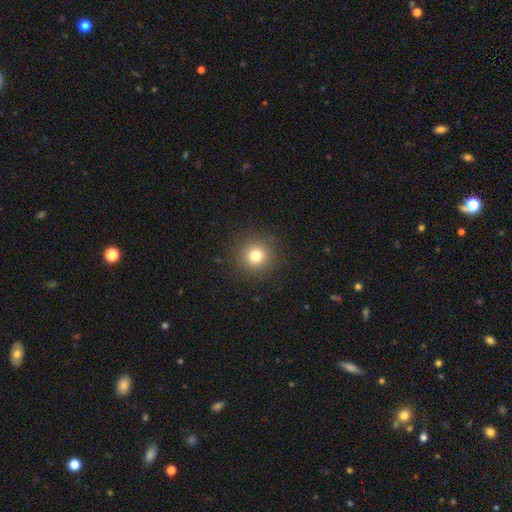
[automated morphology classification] smooth_or_featured: smooth (p=0.78) [alt: star or artifact p=0.14]
how_rounded: round (p=0.95) [alt: in between p=0.04]
merging: none (p=0.91) [alt: minor disturbance p=0.06]